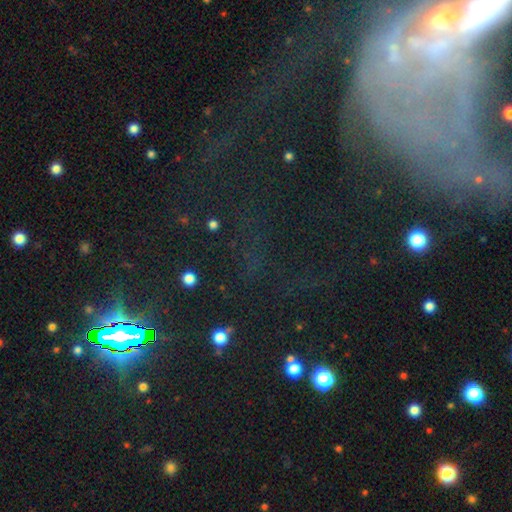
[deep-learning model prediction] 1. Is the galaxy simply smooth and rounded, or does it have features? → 54% star or artifact, 27% featured or disk, 18% smooth.